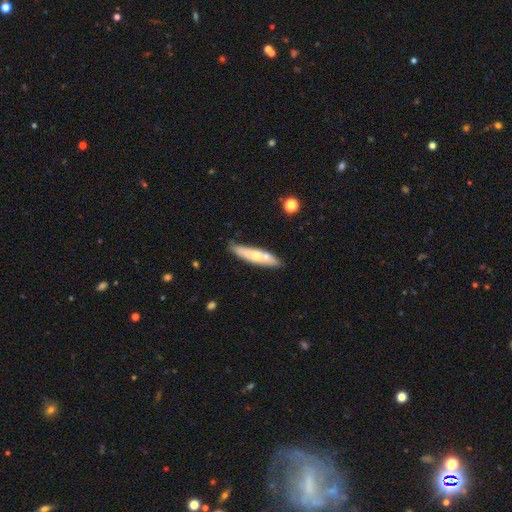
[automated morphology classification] This is possibly a smooth galaxy (56%). How rounded: likely cigar-shaped (79%). Merging: likely none (67%).